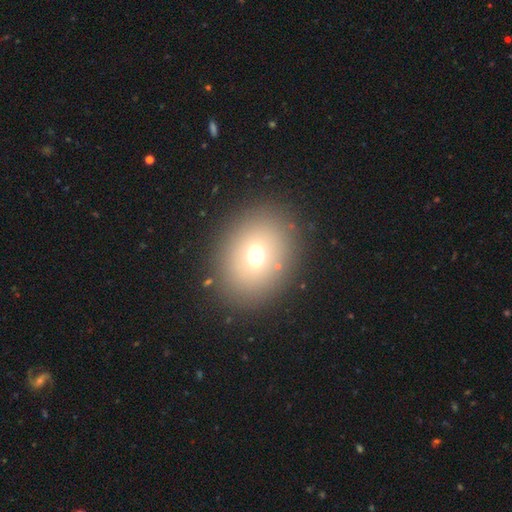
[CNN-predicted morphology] Smooth or featured? Predicted: smooth (p=0.65). How rounded? Predicted: round (p=0.53). Merging? Predicted: none (p=0.85).